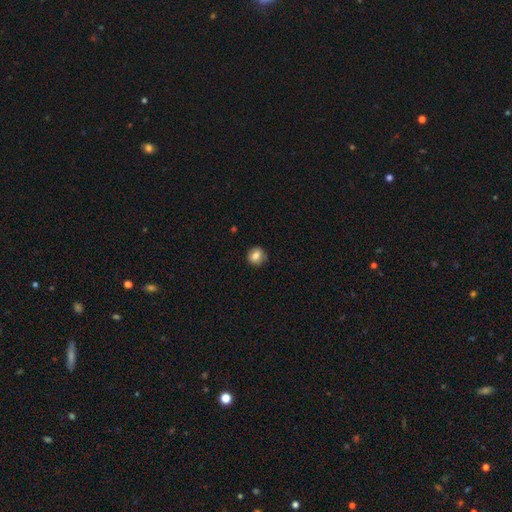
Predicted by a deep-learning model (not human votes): Smooth or featured: smooth — 79% (featured or disk — 11%)
How rounded: round — 84% (in between — 15%)
Merging: none — 85% (minor disturbance — 11%)